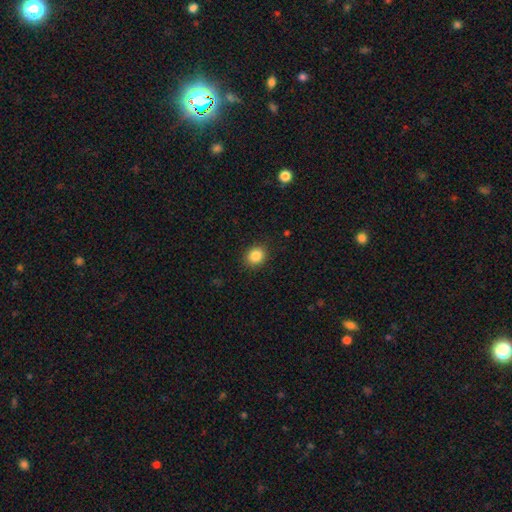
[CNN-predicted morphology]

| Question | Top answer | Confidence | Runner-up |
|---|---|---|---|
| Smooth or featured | smooth | 86% | star or artifact (10%) |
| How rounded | round | 64% | in between (35%) |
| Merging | none | 88% | minor disturbance (8%) |